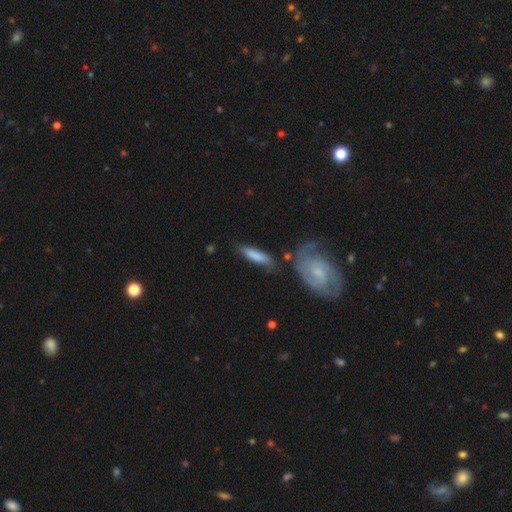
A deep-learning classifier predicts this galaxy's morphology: smooth_or_featured: smooth (p=0.77) [alt: featured or disk p=0.18]
how_rounded: cigar-shaped (p=0.71) [alt: in between p=0.27]
merging: none (p=0.66) [alt: minor disturbance p=0.19]